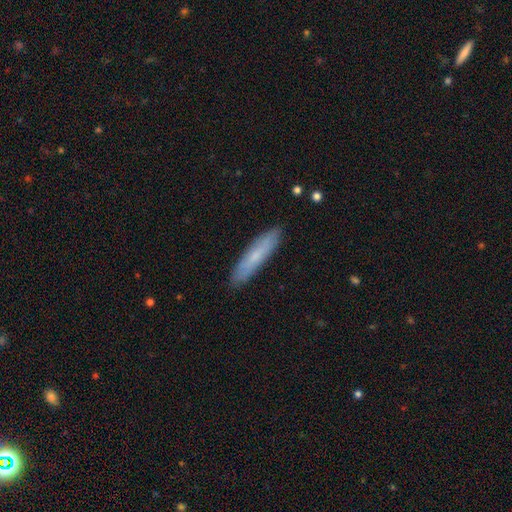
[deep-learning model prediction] A smooth galaxy with no disk features (68%) that is cigar-shaped (85%).

Vote fractions:
- Smooth or featured? smooth: 68% / featured or disk: 26% / star or artifact: 6%
- How rounded? cigar-shaped: 85% / in between: 14% / round: 1%
- Merging? none: 89% / minor disturbance: 8% / major disturbance: 2% / merger: 1%